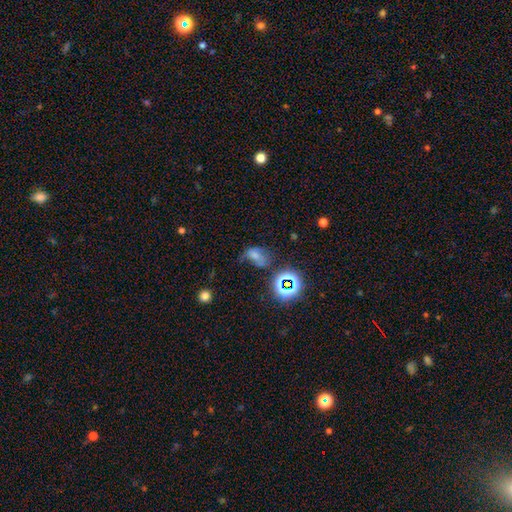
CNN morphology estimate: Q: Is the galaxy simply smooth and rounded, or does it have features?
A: smooth — 55%.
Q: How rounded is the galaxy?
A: in between — 78%.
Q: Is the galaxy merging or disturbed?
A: none — 35%.